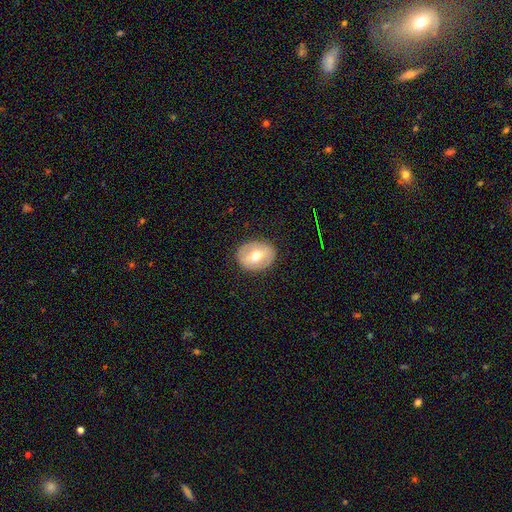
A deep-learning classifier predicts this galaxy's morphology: Overall: featured or disk (48%; smooth 45%). Merging: none (86%).